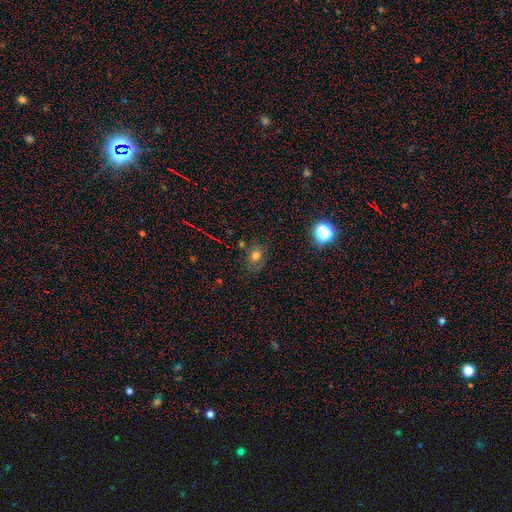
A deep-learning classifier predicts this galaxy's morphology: Smooth or featured: smooth — 71% (star or artifact — 19%)
How rounded: round — 59% (in between — 40%)
Merging: none — 73% (minor disturbance — 17%)